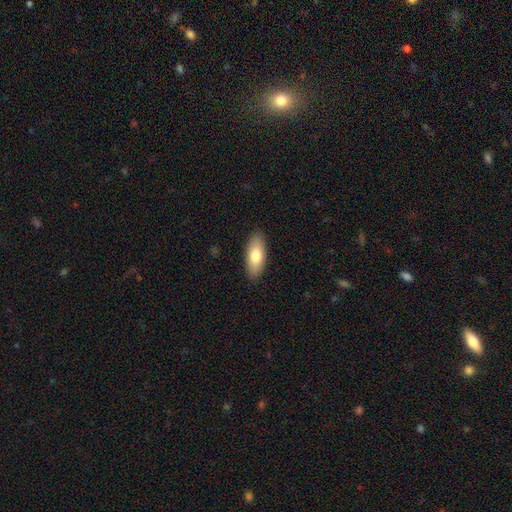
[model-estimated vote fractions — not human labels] Overall: smooth (78%). How rounded: in between (81%). Merging: none (89%).